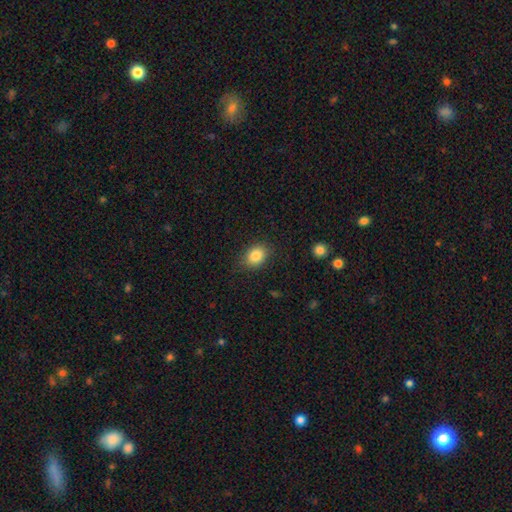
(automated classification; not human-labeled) This appears to be a smooth galaxy with no disk features (85%) that is in between round and cigar-shaped (62%). Merging: none (84%).